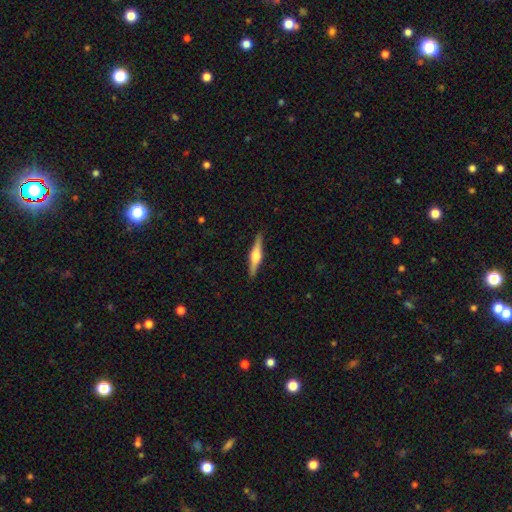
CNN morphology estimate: A featured or disk galaxy (71%) viewed edge-on (98%) with a rounded central bulge (90%).

Vote fractions:
- Smooth or featured? featured or disk: 71% / smooth: 24% / star or artifact: 5%
- Edge-on disk? yes: 98% / no: 2%
- Edge-on bulge? rounded: 90% / boxy: 7% / none: 3%
- Merging? none: 92% / minor disturbance: 6% / major disturbance: 1% / merger: 1%